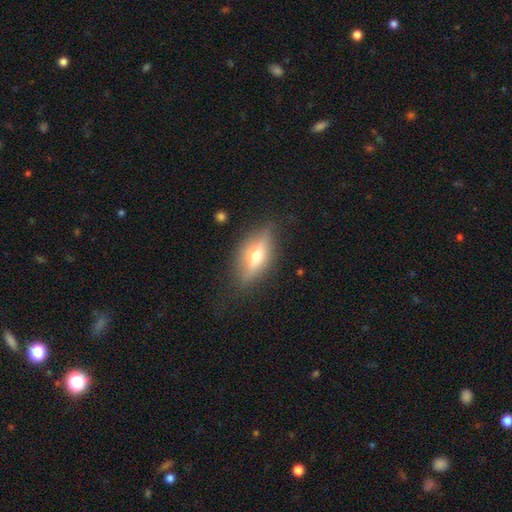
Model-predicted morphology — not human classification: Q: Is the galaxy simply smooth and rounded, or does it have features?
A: featured or disk — 55%.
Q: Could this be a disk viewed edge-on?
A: yes — 85%.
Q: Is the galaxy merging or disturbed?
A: none — 80%.